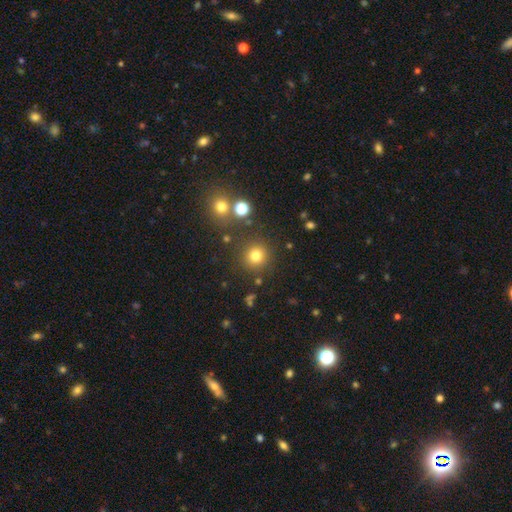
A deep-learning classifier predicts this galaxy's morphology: Smooth or featured? smooth (78%)
How rounded? round (93%)
Merging? none (85%)